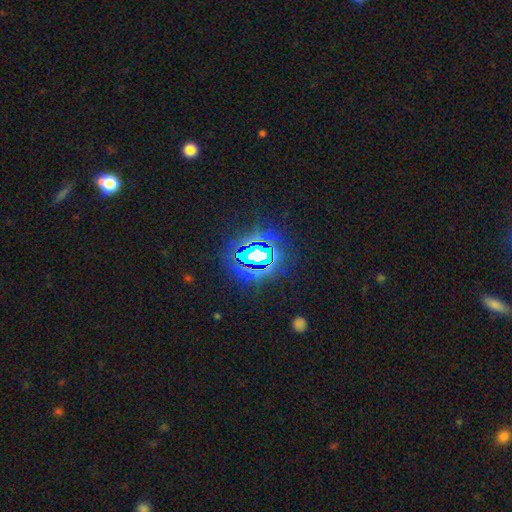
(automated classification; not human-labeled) Smooth or featured?
  - star or artifact: 80% *
  - smooth: 12%
  - featured or disk: 7%